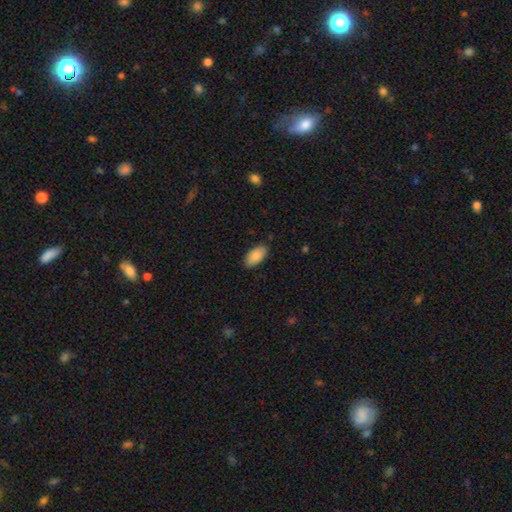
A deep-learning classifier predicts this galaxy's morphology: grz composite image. It shows a smooth galaxy with no disk features (87%) that is in between round and cigar-shaped (94%). Merging: none (86%).